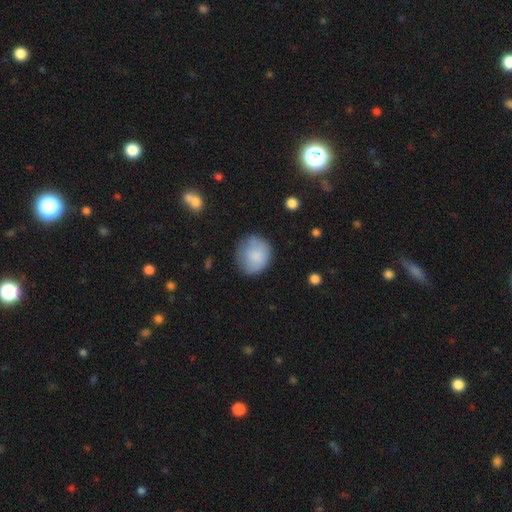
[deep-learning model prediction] A smooth galaxy with no disk features (82%) that is round (80%).

Vote fractions:
- Smooth or featured? smooth: 82% / featured or disk: 11% / star or artifact: 7%
- How rounded? round: 80% / in between: 19% / cigar-shaped: 1%
- Merging? none: 68% / minor disturbance: 23% / major disturbance: 7% / merger: 2%